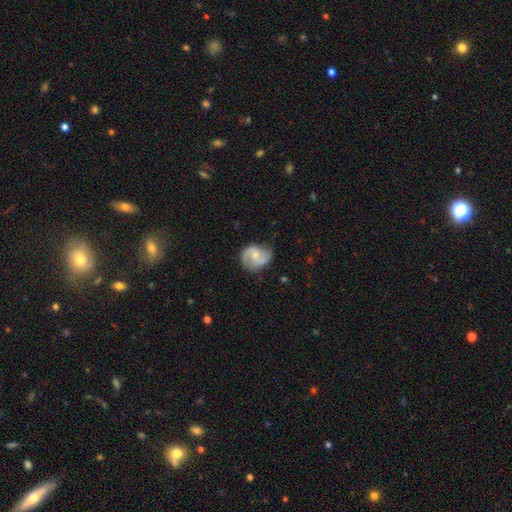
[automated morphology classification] Smooth or featured: featured or disk — 70% (smooth — 24%)
Edge-on disk: no — 98% (yes — 2%)
Bar: no — 52% (weak — 40%)
Spiral arms: yes — 92% (no — 8%)
Spiral winding: medium — 47% (loose — 34%)
Spiral arm count: 2 — 87% (can't tell — 6%)
Bulge size: small — 47% (moderate — 45%)
Merging: none — 67% (minor disturbance — 24%)